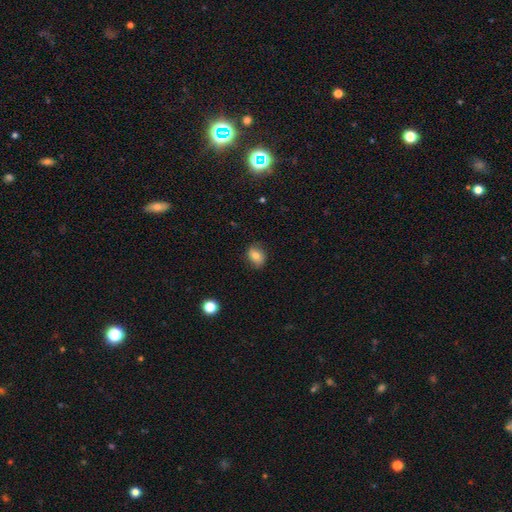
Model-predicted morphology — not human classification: A smooth galaxy with no disk features (75%) that is in between round and cigar-shaped (56%).

Vote fractions:
- Smooth or featured? smooth: 75% / featured or disk: 15% / star or artifact: 10%
- How rounded? in between: 56% / round: 43% / cigar-shaped: 1%
- Merging? none: 80% / minor disturbance: 16% / major disturbance: 4% / merger: 1%